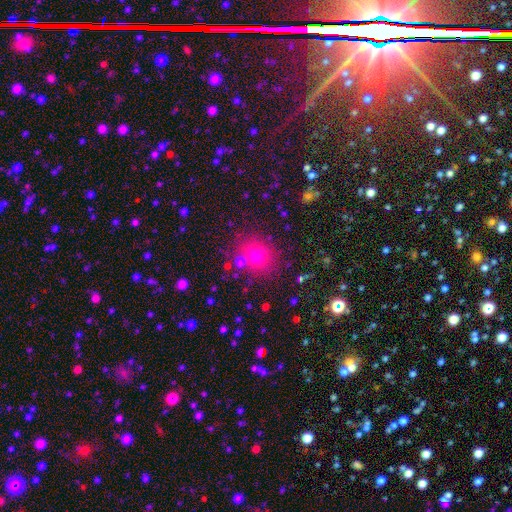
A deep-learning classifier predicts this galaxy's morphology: smooth 73%, star or artifact 18%, featured or disk 9%. Down the decision tree: how rounded — round (84%); merging — none (77%).